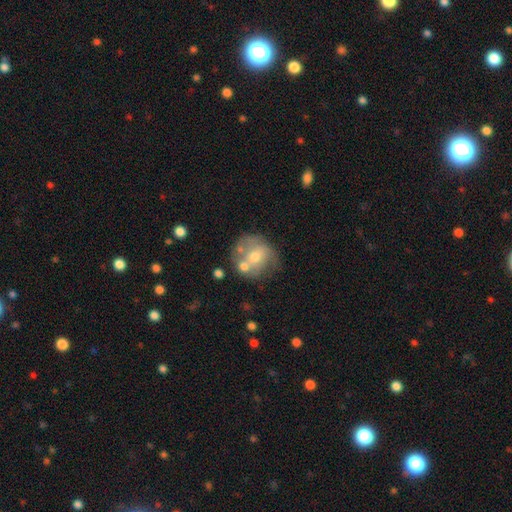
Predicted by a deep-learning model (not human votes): Overall: featured or disk (47%; smooth 44%). Merging: none (44%; merger 24%).